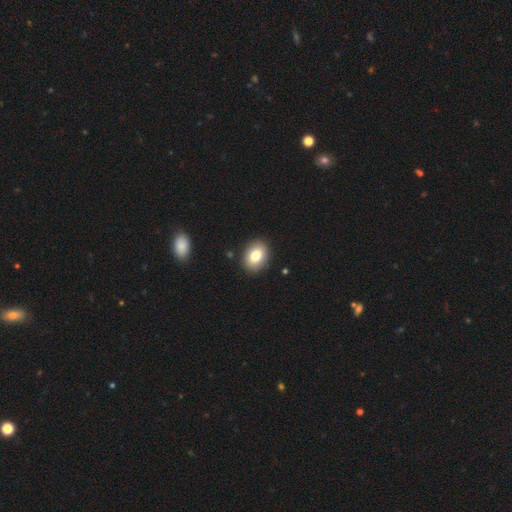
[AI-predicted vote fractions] Smooth or featured? smooth (81%)
How rounded? in between (72%)
Merging? none (89%)